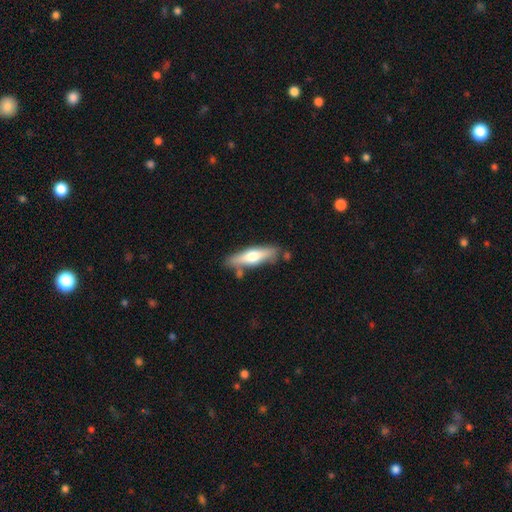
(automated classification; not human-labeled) smooth_or_featured: featured or disk (p=0.48) [alt: smooth p=0.45]
merging: none (p=0.81) [alt: minor disturbance p=0.14]